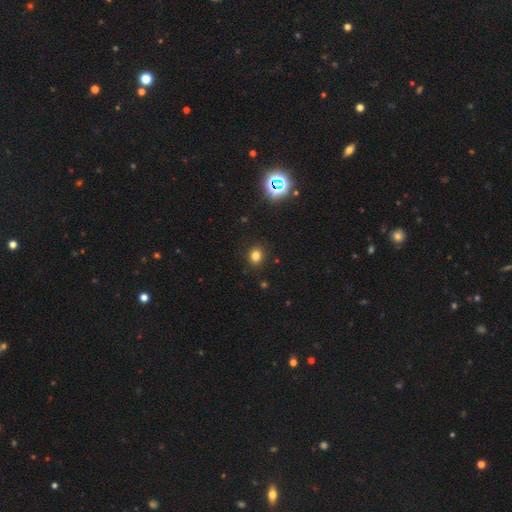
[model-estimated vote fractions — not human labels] A smooth galaxy with no disk features (79%) that is round (67%).

Vote fractions:
- Smooth or featured? smooth: 79% / star or artifact: 15% / featured or disk: 6%
- How rounded? round: 67% / in between: 32% / cigar-shaped: 1%
- Merging? none: 89% / minor disturbance: 7% / major disturbance: 2% / merger: 1%